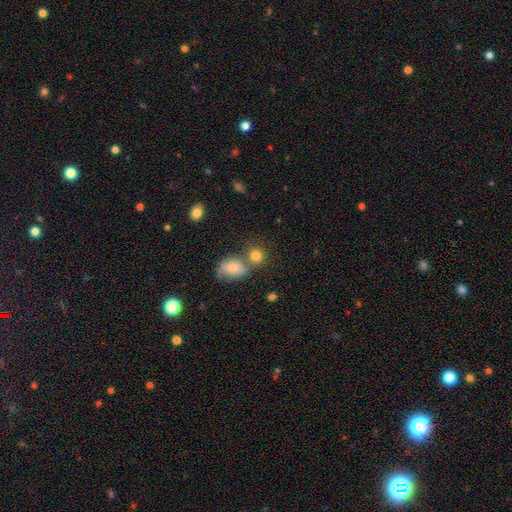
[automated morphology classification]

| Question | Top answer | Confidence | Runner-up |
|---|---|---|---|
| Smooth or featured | smooth | 81% | star or artifact (10%) |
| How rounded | round | 74% | in between (25%) |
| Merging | none | 47% | merger (38%) |